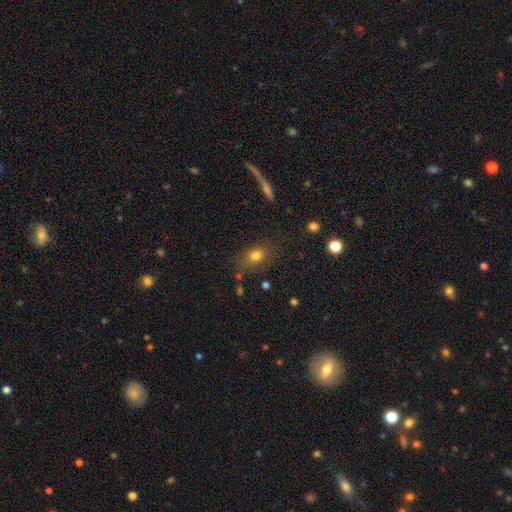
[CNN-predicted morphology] This appears to be a smooth galaxy with no disk features (77%) that is in between round and cigar-shaped (65%). Merging: none (75%).